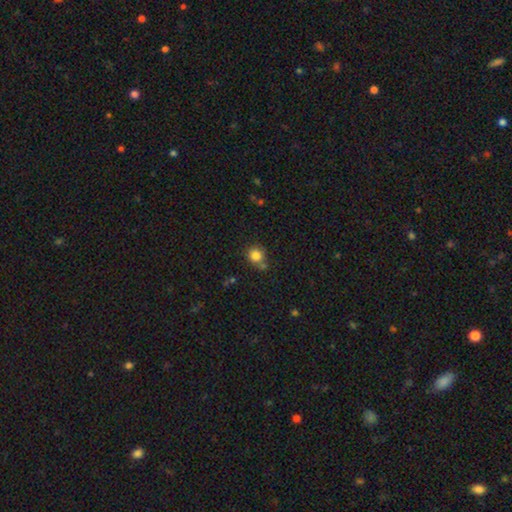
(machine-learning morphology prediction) smooth_or_featured: smooth (p=0.83) [alt: star or artifact p=0.11]
how_rounded: round (p=0.86) [alt: in between p=0.13]
merging: none (p=0.66) [alt: minor disturbance p=0.15]